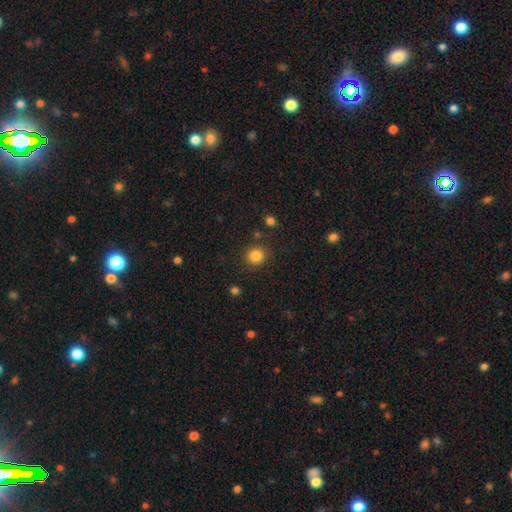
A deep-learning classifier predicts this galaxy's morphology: Overall: smooth (84%). How rounded: round (84%). Merging: none (86%).